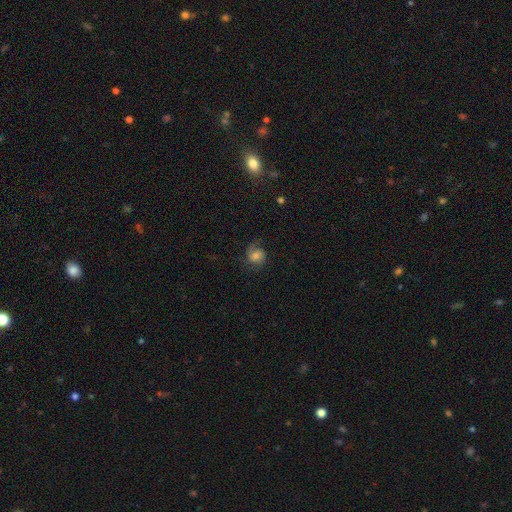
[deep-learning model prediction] This is possibly a featured or disk galaxy (46%). Merging: possibly none (60%).